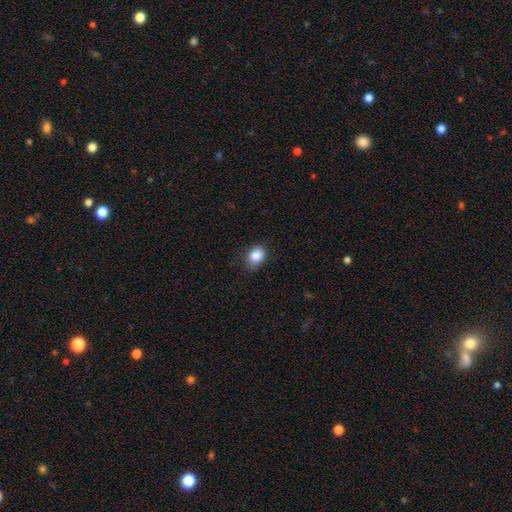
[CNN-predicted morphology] Smooth or featured? smooth (84%)
How rounded? in between (57%)
Merging? none (81%)